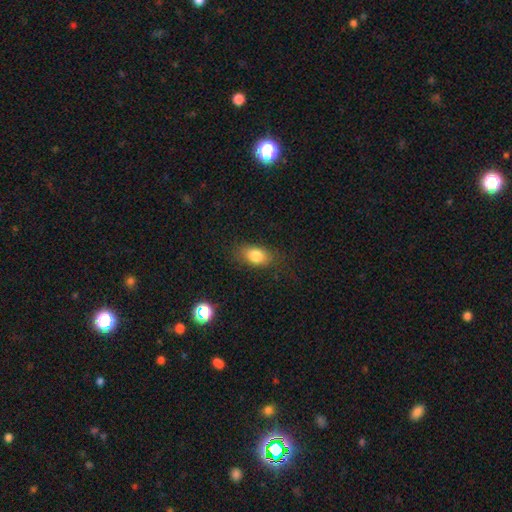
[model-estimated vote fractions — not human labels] smooth_or_featured: smooth (p=0.82) [alt: featured or disk p=0.10]
how_rounded: in between (p=0.85) [alt: round p=0.12]
merging: none (p=0.77) [alt: minor disturbance p=0.16]